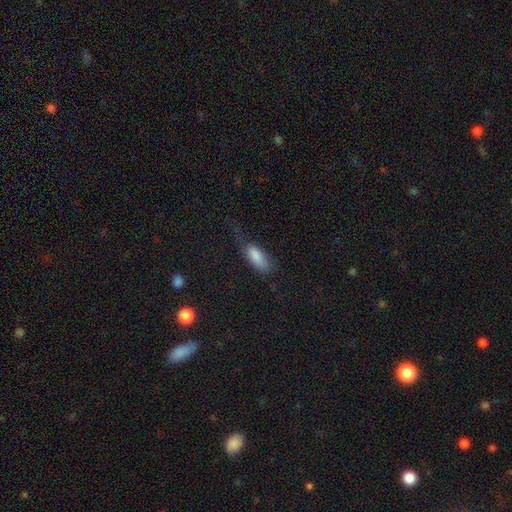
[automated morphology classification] A smooth galaxy with no disk features (81%) that is in between round and cigar-shaped (79%).

Vote fractions:
- Smooth or featured? smooth: 81% / featured or disk: 11% / star or artifact: 8%
- How rounded? in between: 79% / cigar-shaped: 18% / round: 3%
- Merging? none: 39% / minor disturbance: 30% / major disturbance: 28% / merger: 3%